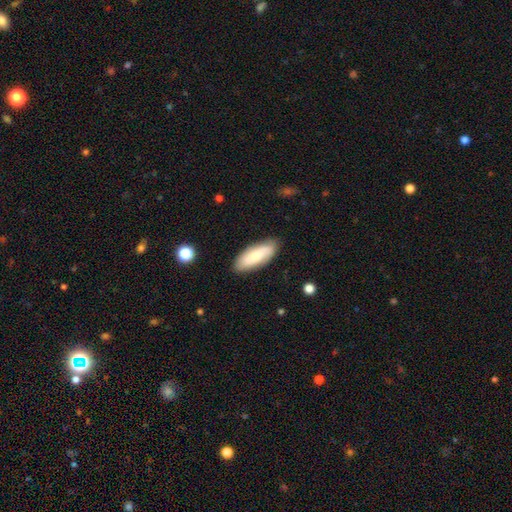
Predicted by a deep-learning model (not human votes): Smooth or featured?
  - smooth: 68% *
  - featured or disk: 26%
  - star or artifact: 6%
How rounded?
  - in between: 76% *
  - cigar-shaped: 22%
  - round: 2%
Merging?
  - none: 85% *
  - minor disturbance: 12%
  - major disturbance: 2%
  - merger: 1%